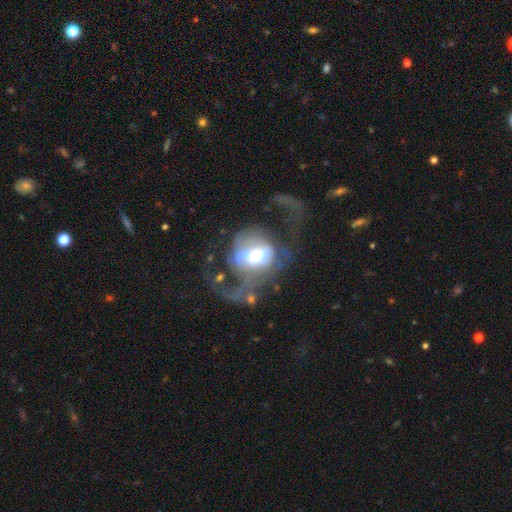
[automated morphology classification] Overall: featured or disk (61%; smooth 30%). Edge-on disk: no (96%). Bar: no (54%; weak 32%). Spiral arms: yes (56%; no 44%). Bulge size: moderate (53%; large 28%). Merging: major disturbance (62%).